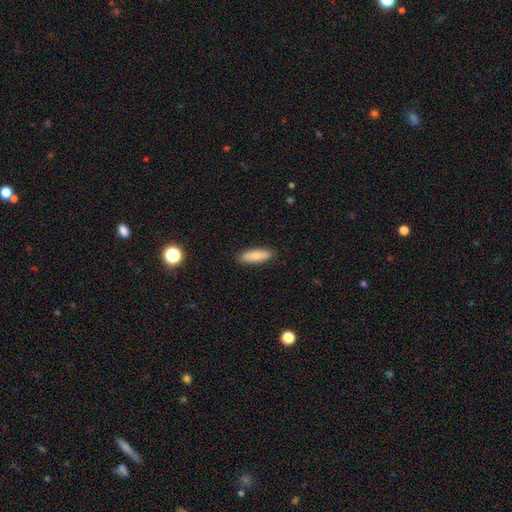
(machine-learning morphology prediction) The model was most divided on "how rounded": in between: 52%, cigar-shaped: 46%, round: 2%. More confident: merging — none (88%); smooth or featured — smooth (76%).